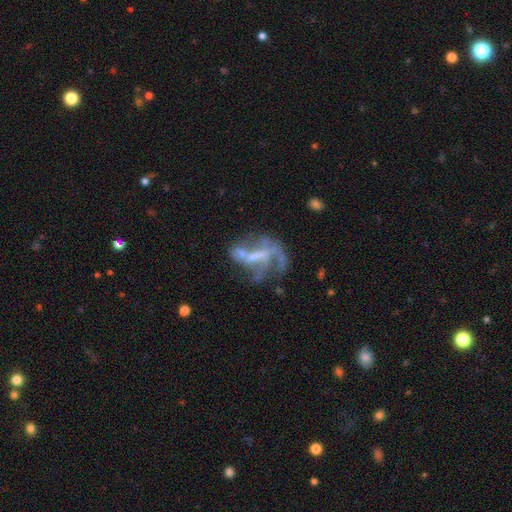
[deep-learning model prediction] The model was most divided on "spiral arms": no: 51%, yes: 49%. Remaining: edge-on disk — no (95%); smooth or featured — featured or disk (68%); bulge size — none (51%); bar — no (45%); merging — major disturbance (39%).